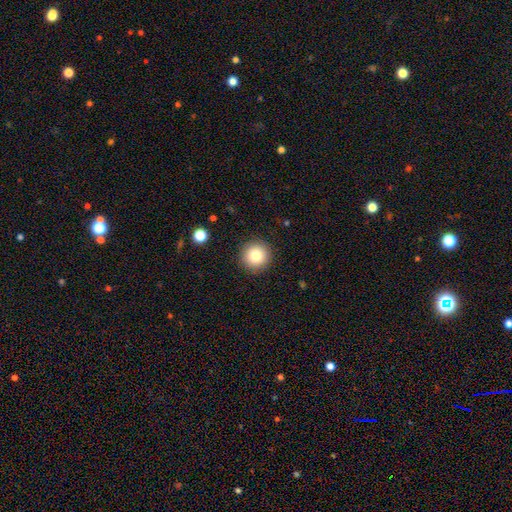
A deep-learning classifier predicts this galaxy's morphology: type=smooth (82%); roundness=round (95%); merging=none (92%).